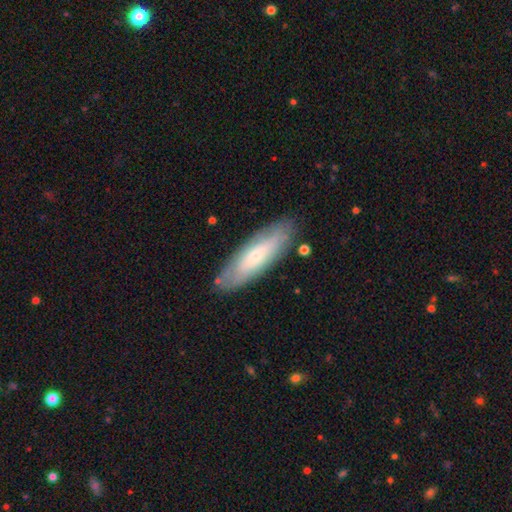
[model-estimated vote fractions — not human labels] The model was most divided on "how rounded": cigar-shaped: 55%, in between: 44%, round: 2%. More confident: merging — none (83%); smooth or featured — smooth (57%).